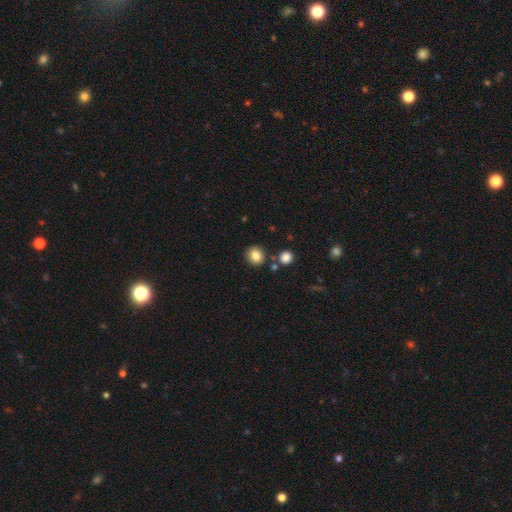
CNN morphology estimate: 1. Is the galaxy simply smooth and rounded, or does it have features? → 84% smooth, 10% star or artifact, 6% featured or disk.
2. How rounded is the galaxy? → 85% round, 14% in between, 1% cigar-shaped.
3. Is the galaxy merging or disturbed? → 83% none, 8% minor disturbance, 7% merger, 2% major disturbance.